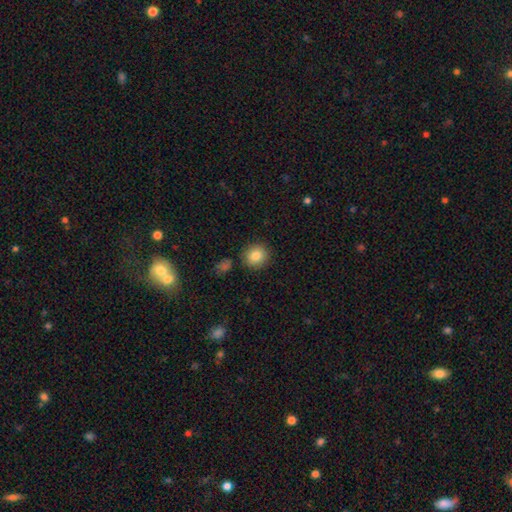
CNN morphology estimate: type=smooth (83%); roundness=round (85%); merging=none (87%).